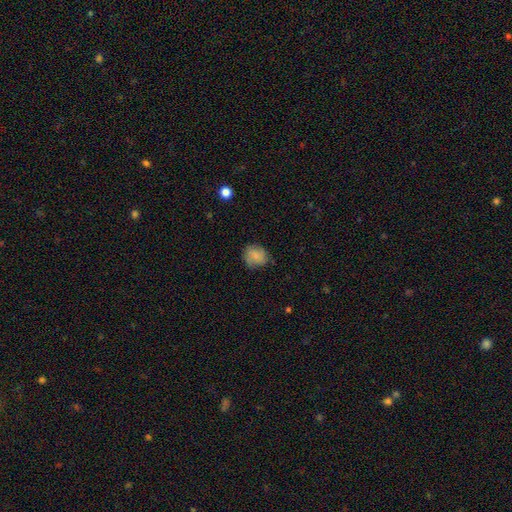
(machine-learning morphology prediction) smooth-or-featured: smooth: 79% | featured or disk: 13% | star or artifact: 8%
  how-rounded: round: 74% | in between: 25% | cigar-shaped: 1%
  merging: none: 74% | minor disturbance: 20% | major disturbance: 5% | merger: 1%